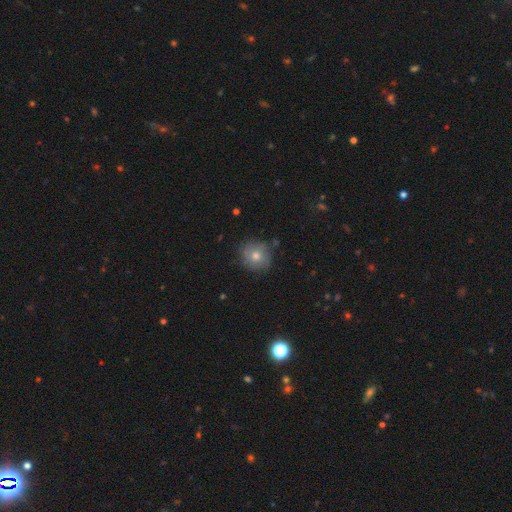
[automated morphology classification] The model was most divided on "smooth or featured": smooth: 73%, featured or disk: 16%, star or artifact: 11%. More confident: how rounded — round (90%); merging — none (80%).